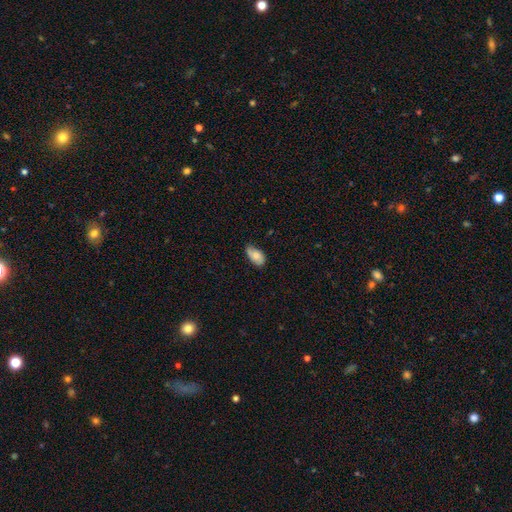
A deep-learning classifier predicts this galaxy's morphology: The model was most divided on "merging": none: 63%, minor disturbance: 30%, major disturbance: 5%, merger: 2%. More confident: how rounded — in between (93%); smooth or featured — smooth (72%).